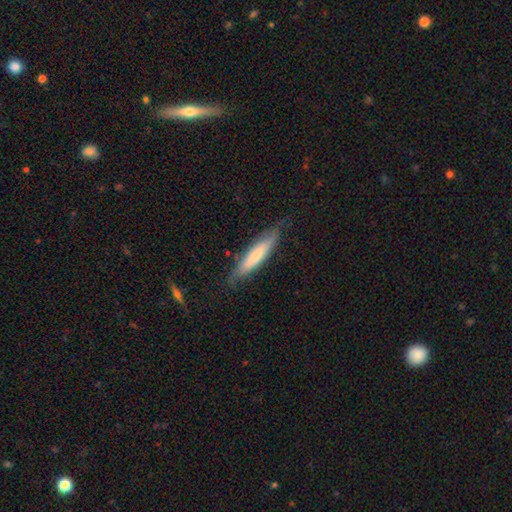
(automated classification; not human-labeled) Smooth or featured? Predicted: smooth (p=0.62). How rounded? Predicted: cigar-shaped (p=0.83). Merging? Predicted: none (p=0.76).